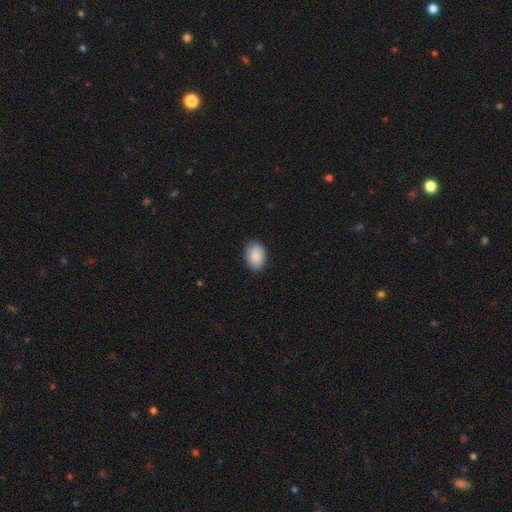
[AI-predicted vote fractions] Smooth or featured?
  - smooth: 90% *
  - star or artifact: 6%
  - featured or disk: 4%
How rounded?
  - in between: 85% *
  - round: 14%
  - cigar-shaped: 1%
Merging?
  - none: 86% *
  - minor disturbance: 11%
  - major disturbance: 2%
  - merger: 1%